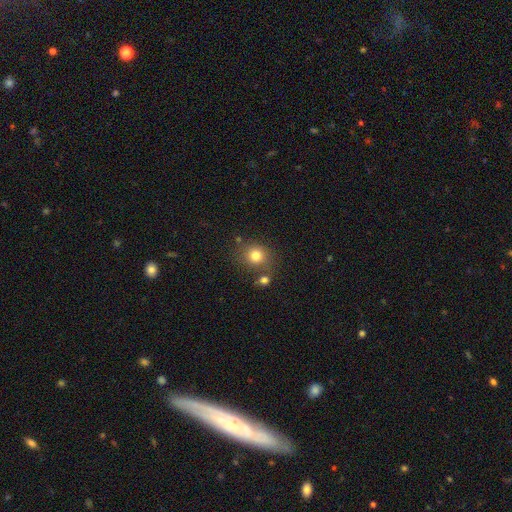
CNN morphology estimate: Smooth or featured?
  - smooth: 80% *
  - star or artifact: 12%
  - featured or disk: 8%
How rounded?
  - round: 82% *
  - in between: 17%
  - cigar-shaped: 1%
Merging?
  - none: 69% *
  - merger: 15%
  - minor disturbance: 12%
  - major disturbance: 4%